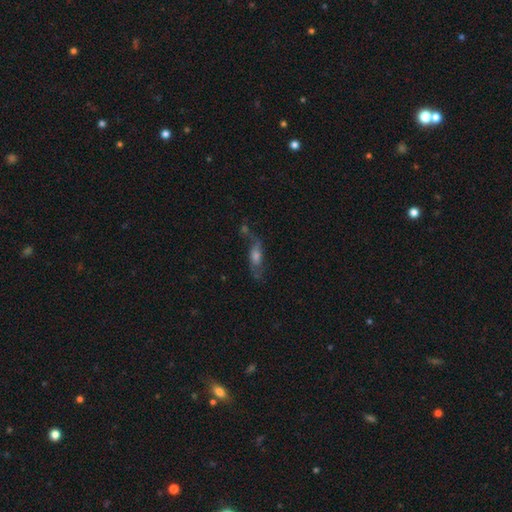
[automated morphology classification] Smooth or featured? featured or disk (56%)
Edge-on disk? no (69%)
Merging? none (49%)